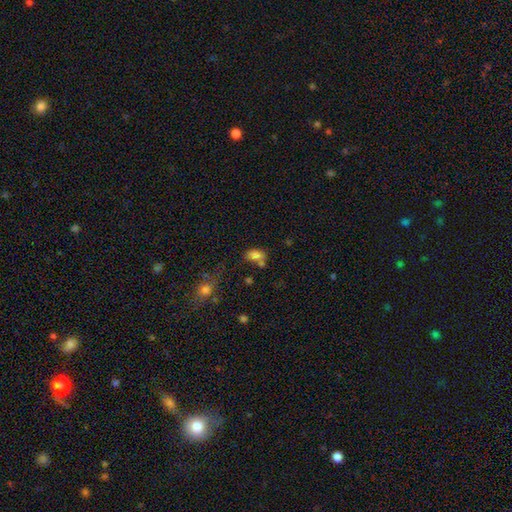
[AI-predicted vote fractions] A smooth galaxy with no disk features (79%) that is in between round and cigar-shaped (85%).

Vote fractions:
- Smooth or featured? smooth: 79% / star or artifact: 11% / featured or disk: 10%
- How rounded? in between: 85% / round: 13% / cigar-shaped: 2%
- Merging? none: 47% / merger: 29% / minor disturbance: 17% / major disturbance: 7%